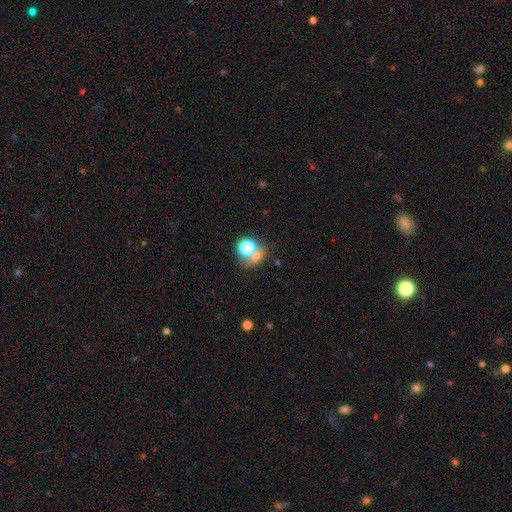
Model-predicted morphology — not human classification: Smooth or featured?
  - smooth: 64% *
  - star or artifact: 24%
  - featured or disk: 12%
How rounded?
  - round: 68% *
  - in between: 30%
  - cigar-shaped: 1%
Merging?
  - none: 46% *
  - merger: 36%
  - minor disturbance: 10%
  - major disturbance: 8%